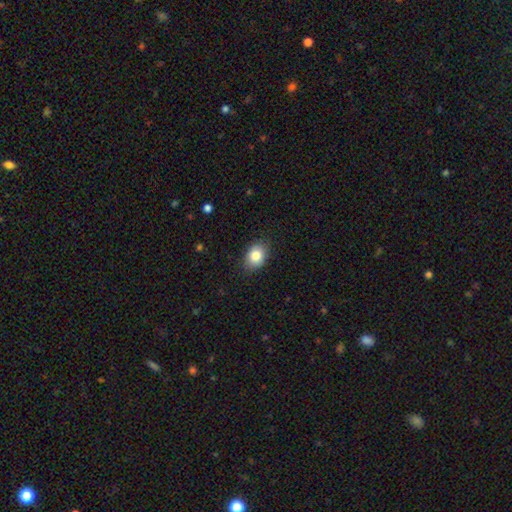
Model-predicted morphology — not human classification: Smooth or featured?
  - smooth: 83% *
  - featured or disk: 9%
  - star or artifact: 8%
How rounded?
  - in between: 72% *
  - round: 27%
  - cigar-shaped: 1%
Merging?
  - none: 85% *
  - minor disturbance: 12%
  - major disturbance: 2%
  - merger: 1%